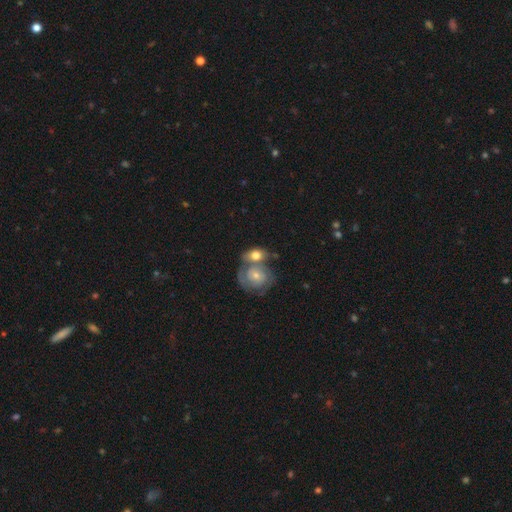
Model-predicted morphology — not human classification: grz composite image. It shows a smooth galaxy with no disk features (48%). Merging: merger (54%).